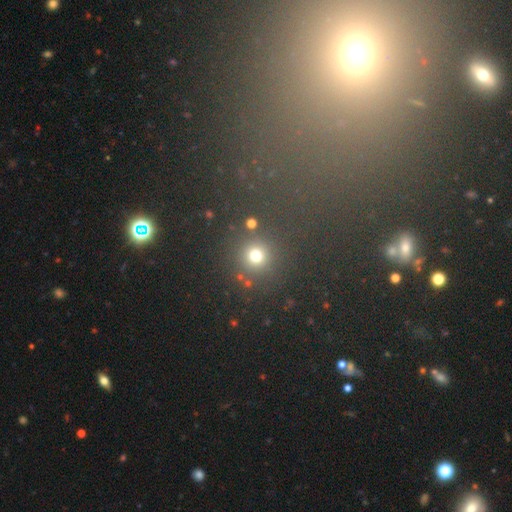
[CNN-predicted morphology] This appears to be a smooth galaxy with no disk features (70%) that is round (93%). Merging: none (81%).